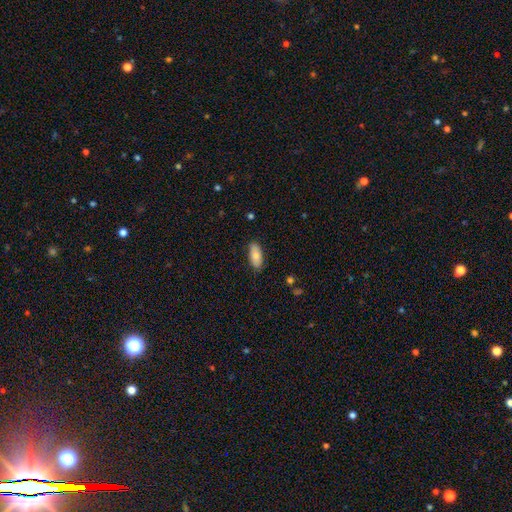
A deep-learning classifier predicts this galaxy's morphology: Smooth or featured? smooth (78%)
How rounded? in between (89%)
Merging? none (85%)